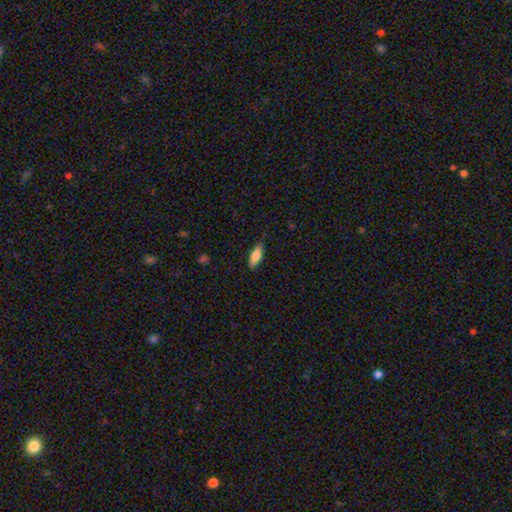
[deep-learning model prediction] smooth 80%, featured or disk 14%, star or artifact 6%. Down the decision tree: how rounded — in between (65%); merging — none (83%).